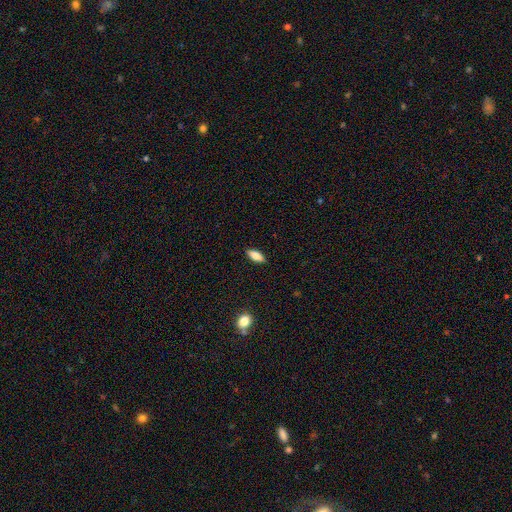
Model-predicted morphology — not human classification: This is clearly a smooth galaxy (82%). How rounded: likely in between (75%). Merging: clearly none (89%).